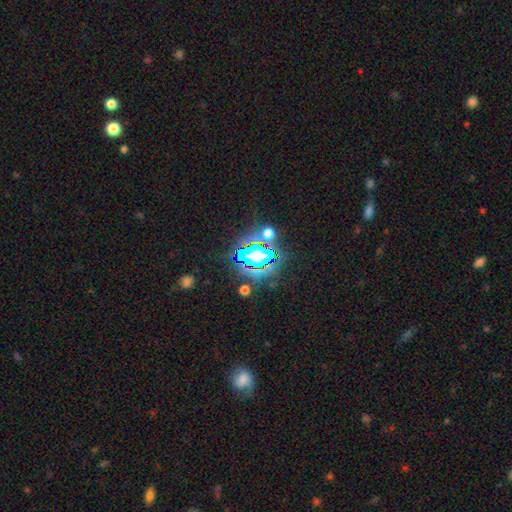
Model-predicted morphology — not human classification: This appears to be a star or artifact, not a galaxy (62%).